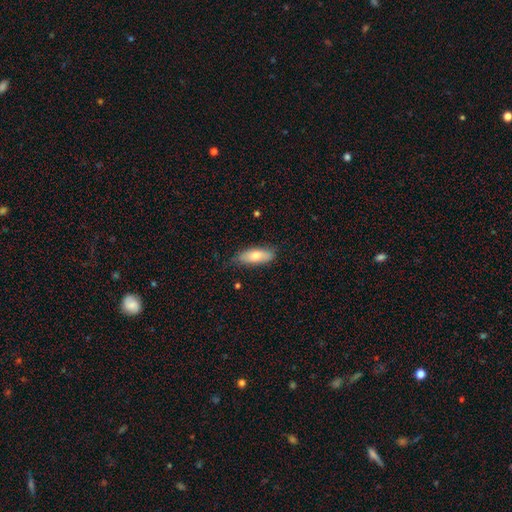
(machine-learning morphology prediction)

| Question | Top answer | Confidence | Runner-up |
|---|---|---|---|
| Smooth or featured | smooth | 73% | featured or disk (21%) |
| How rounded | in between | 72% | cigar-shaped (26%) |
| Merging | none | 75% | minor disturbance (20%) |